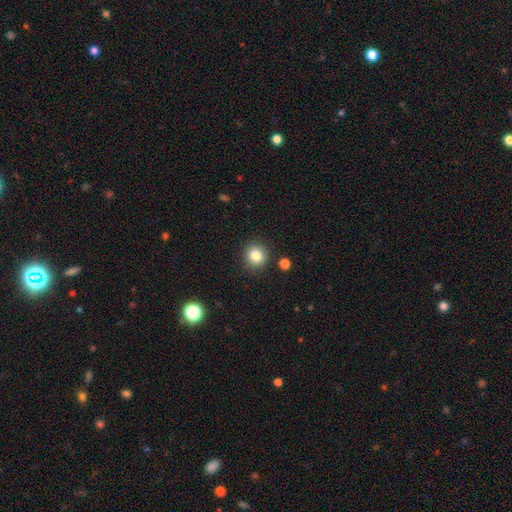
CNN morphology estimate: Smooth or featured? Predicted: smooth (p=0.83). How rounded? Predicted: round (p=0.90). Merging? Predicted: none (p=0.89).